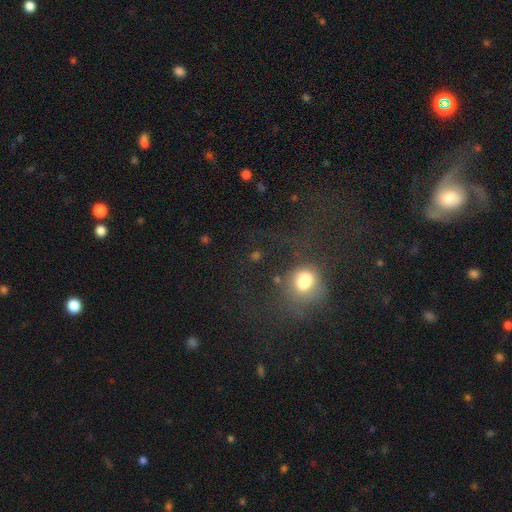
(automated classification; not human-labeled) The model was most divided on "smooth or featured": smooth: 52%, star or artifact: 32%, featured or disk: 16%. More confident: how rounded — round (70%); merging — none (50%).